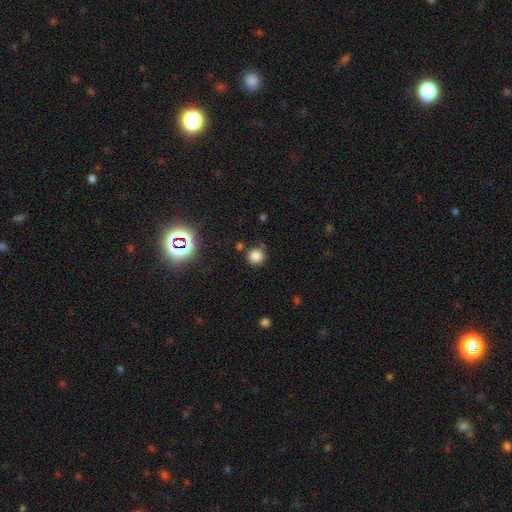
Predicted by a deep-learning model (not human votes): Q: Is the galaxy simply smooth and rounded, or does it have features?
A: smooth — 80%.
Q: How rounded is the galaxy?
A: round — 94%.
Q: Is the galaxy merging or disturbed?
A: none — 81%.